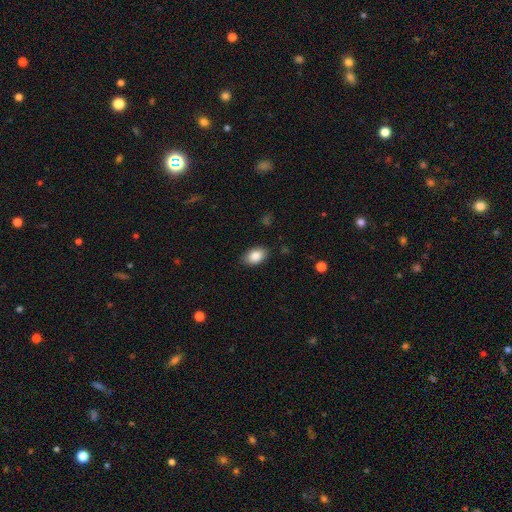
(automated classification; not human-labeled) Morphology: type=smooth (86%); roundness=in between (89%); merging=none (85%).